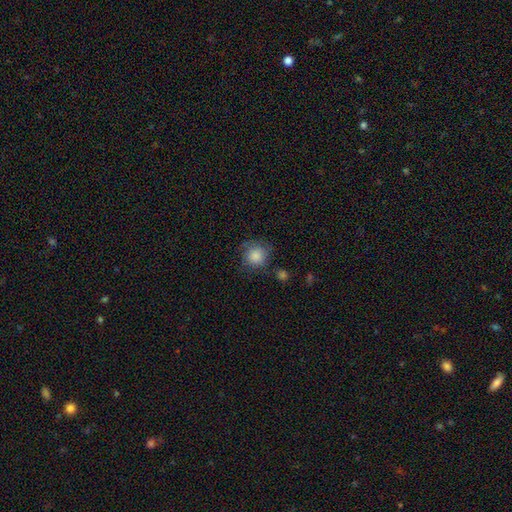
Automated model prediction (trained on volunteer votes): Smooth or featured? smooth (83%)
How rounded? round (89%)
Merging? none (67%)